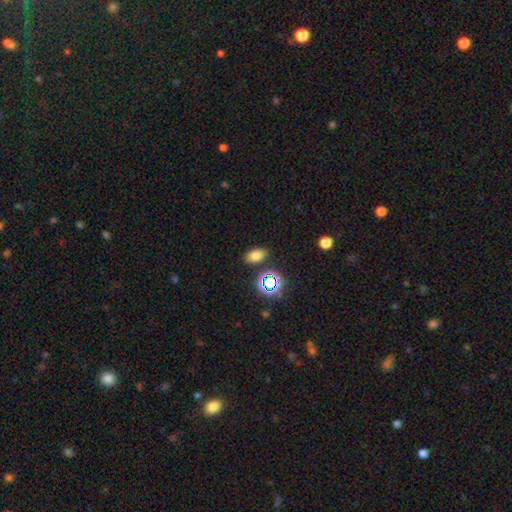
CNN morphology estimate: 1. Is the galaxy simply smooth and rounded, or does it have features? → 72% smooth, 20% star or artifact, 8% featured or disk.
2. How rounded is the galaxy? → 86% in between, 12% round, 2% cigar-shaped.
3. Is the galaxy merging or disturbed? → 84% none, 10% minor disturbance, 3% merger, 3% major disturbance.